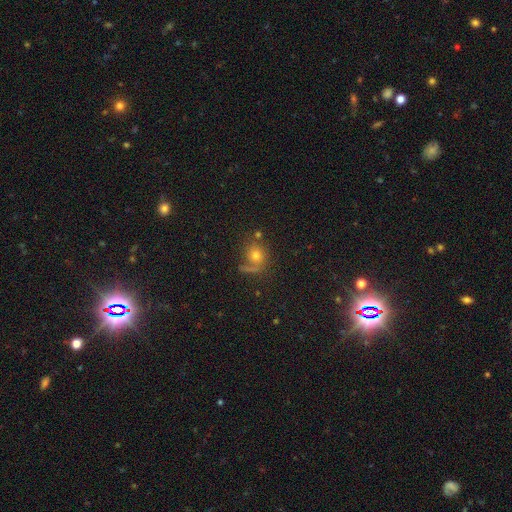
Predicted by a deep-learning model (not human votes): smooth-or-featured: smooth: 63% | star or artifact: 20% | featured or disk: 17%
  how-rounded: round: 78% | in between: 20% | cigar-shaped: 1%
  merging: none: 58% | minor disturbance: 17% | major disturbance: 13% | merger: 12%